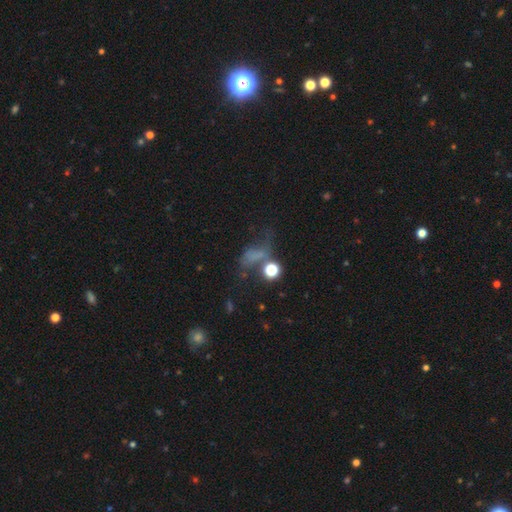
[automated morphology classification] smooth_or_featured: smooth (p=0.47) [alt: star or artifact p=0.29]
merging: major disturbance (p=0.36) [alt: none p=0.31]